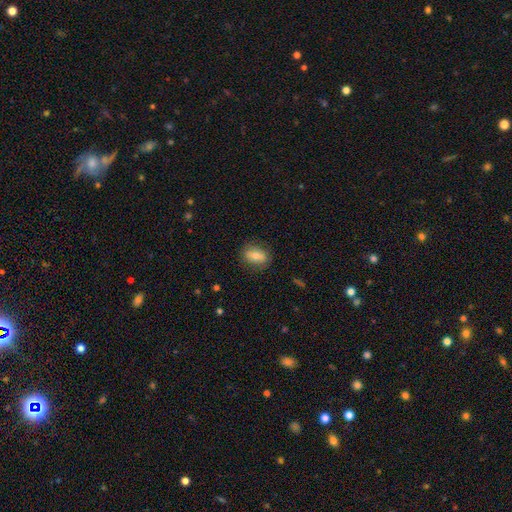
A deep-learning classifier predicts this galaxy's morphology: A smooth galaxy with no disk features (69%) that is in between round and cigar-shaped (75%). Merging: none (82%).